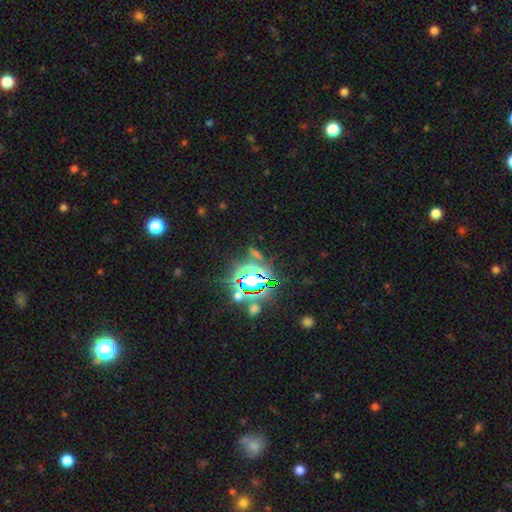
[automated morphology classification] Smooth or featured?
  - star or artifact: 76% *
  - smooth: 14%
  - featured or disk: 9%